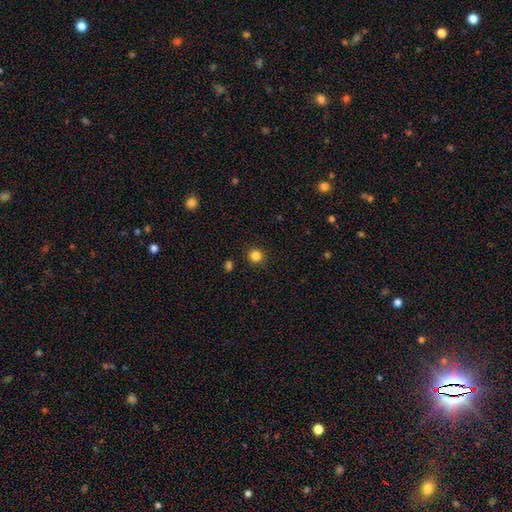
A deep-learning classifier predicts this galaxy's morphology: Overall: smooth (83%). How rounded: round (92%). Merging: none (91%).